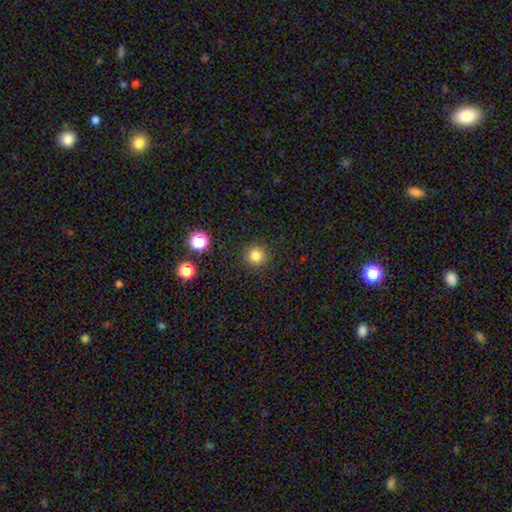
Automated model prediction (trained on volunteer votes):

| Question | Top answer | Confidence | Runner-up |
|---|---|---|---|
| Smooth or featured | smooth | 81% | star or artifact (14%) |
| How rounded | round | 95% | in between (4%) |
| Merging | none | 91% | minor disturbance (5%) |